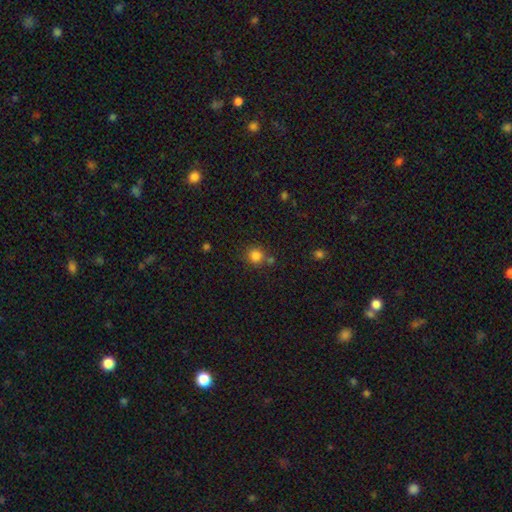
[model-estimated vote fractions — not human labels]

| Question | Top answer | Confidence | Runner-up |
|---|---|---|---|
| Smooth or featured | smooth | 83% | star or artifact (12%) |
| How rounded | round | 88% | in between (11%) |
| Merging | none | 69% | merger (14%) |